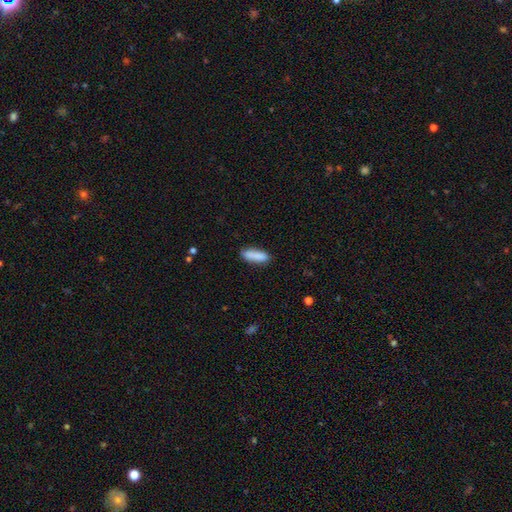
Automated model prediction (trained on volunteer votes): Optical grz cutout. It shows a smooth galaxy with no disk features (87%) that is cigar-shaped (52%). Merging: none (82%).